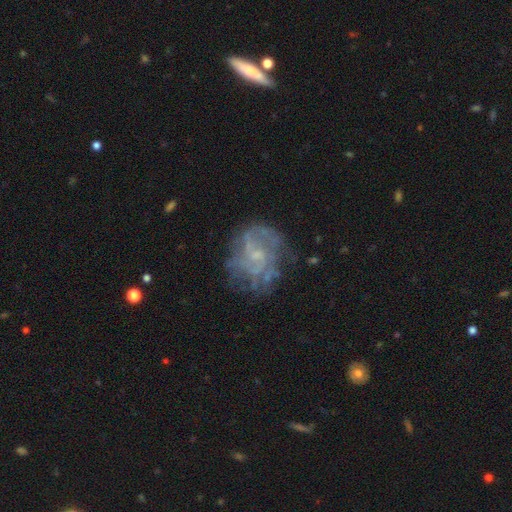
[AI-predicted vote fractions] This appears to be a featured or disk galaxy (72%) with no bar (63%), medium (40%) spiral arms (72%) and a small central bulge (64%). Merging: none (63%).